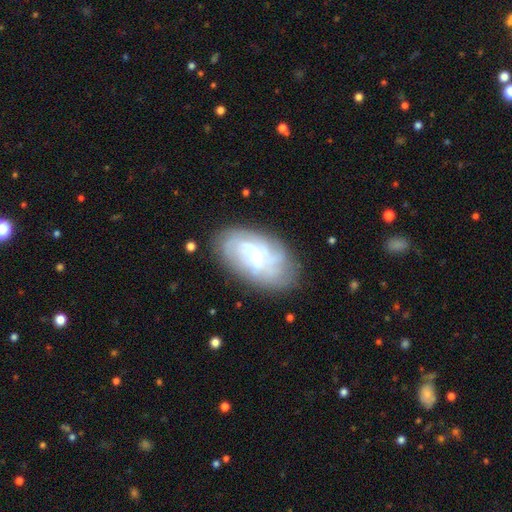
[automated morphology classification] featured or disk 61%, smooth 31%, star or artifact 9%. Down the decision tree: edge-on disk — no (95%); bar — no (65%); spiral arms — yes (72%); bulge size — small (57%); merging — none (68%).